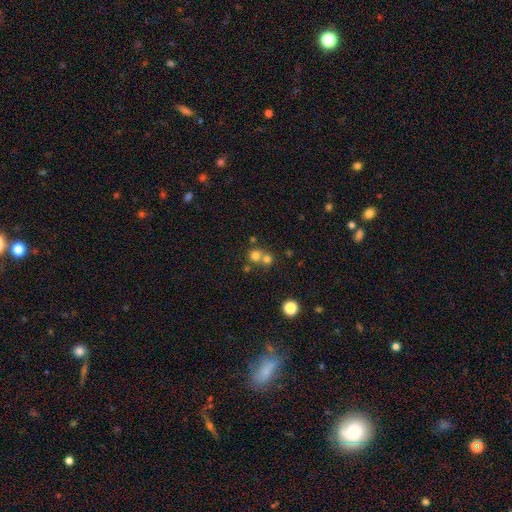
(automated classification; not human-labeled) Smooth or featured: smooth — 73% (star or artifact — 16%)
How rounded: round — 88% (in between — 11%)
Merging: merger — 49% (none — 44%)